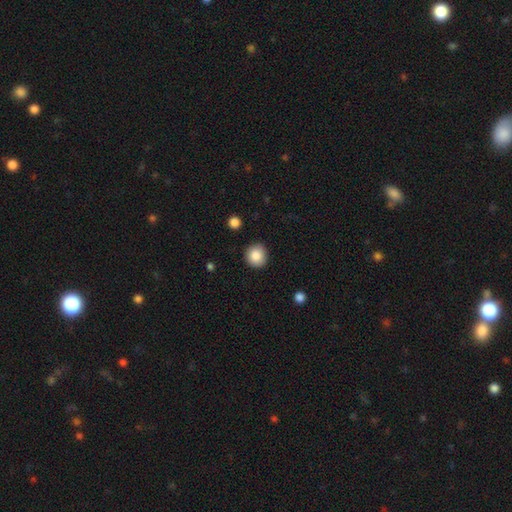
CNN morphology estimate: Smooth or featured: smooth — 86% (star or artifact — 8%)
How rounded: round — 91% (in between — 8%)
Merging: none — 90% (minor disturbance — 7%)